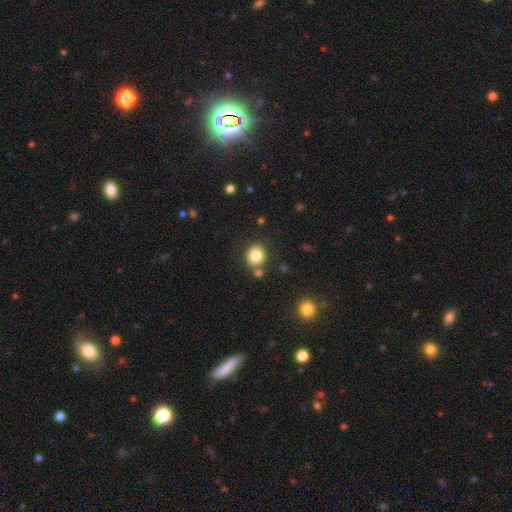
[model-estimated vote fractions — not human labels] Overall: smooth (82%). How rounded: round (82%). Merging: none (76%).